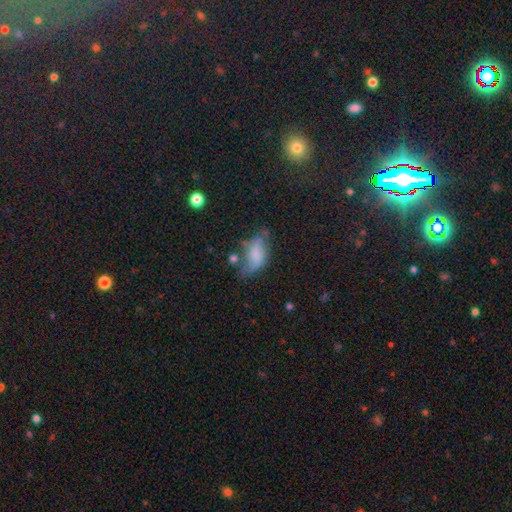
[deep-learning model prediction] Smooth or featured? smooth (57%)
How rounded? in between (88%)
Merging? none (41%)